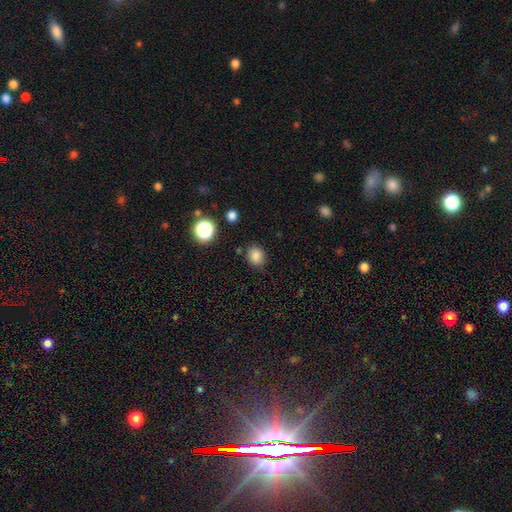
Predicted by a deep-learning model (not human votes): Q: Smooth or featured?
A: smooth (83%); runner-up: star or artifact (13%)
Q: How rounded?
A: round (76%); runner-up: in between (23%)
Q: Merging?
A: none (83%); runner-up: minor disturbance (11%)